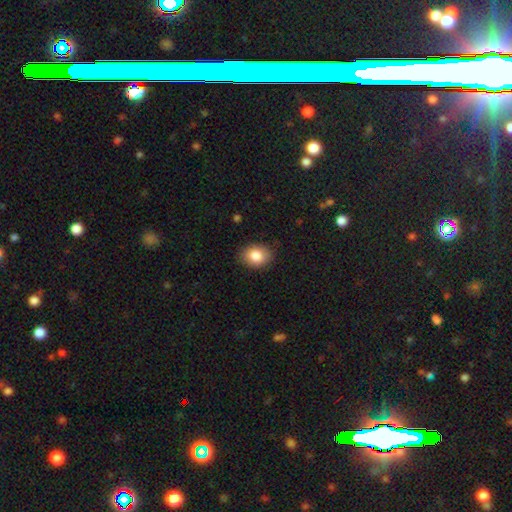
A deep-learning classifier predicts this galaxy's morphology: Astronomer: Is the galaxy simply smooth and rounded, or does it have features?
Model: smooth — 84%.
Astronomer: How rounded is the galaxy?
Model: in between — 65%.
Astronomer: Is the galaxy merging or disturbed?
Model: none — 86%.